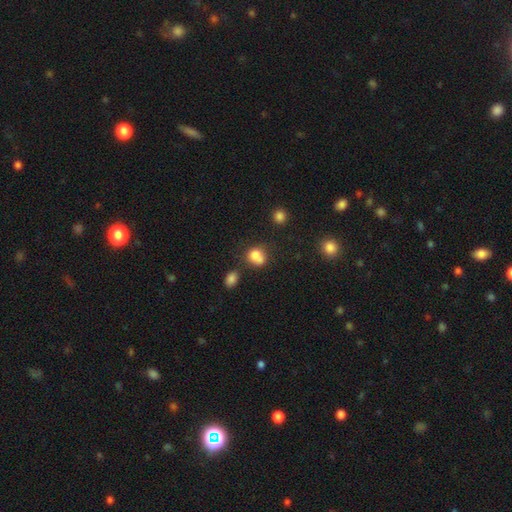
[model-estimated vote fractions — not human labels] Smooth or featured: smooth — 77% (star or artifact — 12%)
How rounded: round — 59% (in between — 40%)
Merging: none — 39% (merger — 32%)